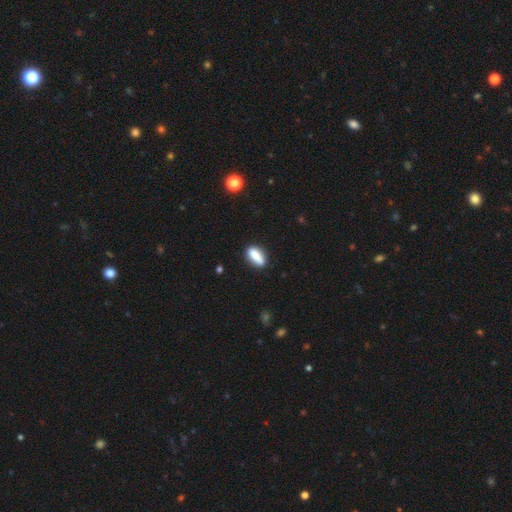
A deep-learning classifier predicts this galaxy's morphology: type=smooth (81%); roundness=in between (77%); merging=none (73%).